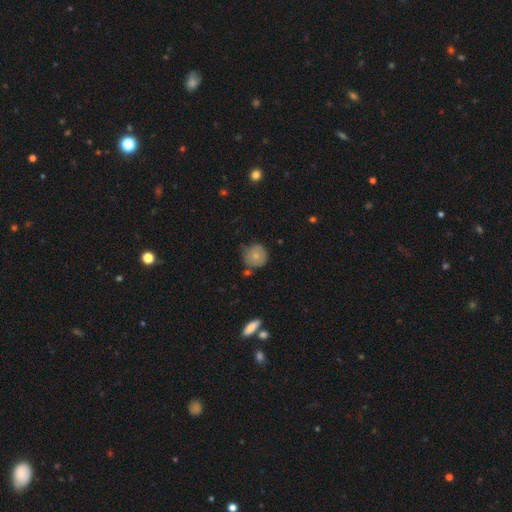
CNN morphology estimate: Smooth or featured?
  - smooth: 74% *
  - featured or disk: 17%
  - star or artifact: 9%
How rounded?
  - round: 91% *
  - in between: 8%
  - cigar-shaped: 1%
Merging?
  - none: 67% *
  - minor disturbance: 23%
  - merger: 6%
  - major disturbance: 4%